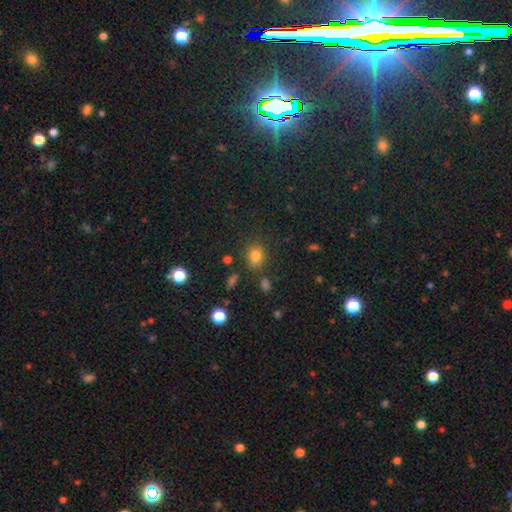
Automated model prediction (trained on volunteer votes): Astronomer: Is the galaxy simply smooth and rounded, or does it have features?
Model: smooth — 77%.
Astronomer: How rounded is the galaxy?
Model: round — 60% (runner-up: in between, 38%).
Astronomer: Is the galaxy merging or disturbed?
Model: none — 72%.